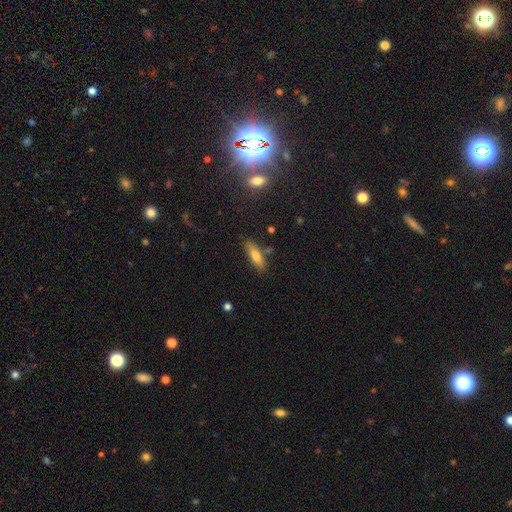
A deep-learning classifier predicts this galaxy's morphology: type=smooth (69%); roundness=cigar-shaped (54%); merging=none (80%).